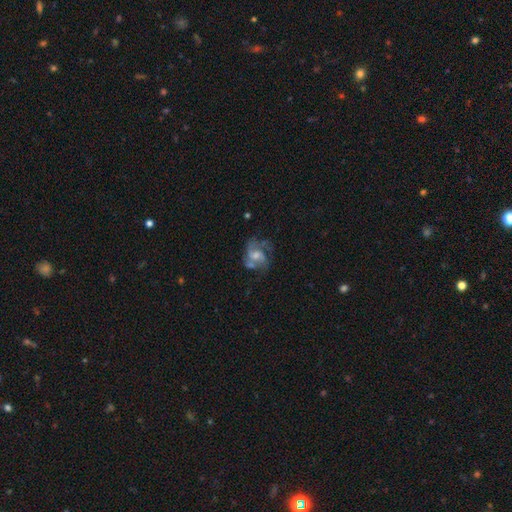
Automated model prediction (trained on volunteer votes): Smooth or featured? featured or disk (71%)
Edge-on disk? no (98%)
Bar? no (58%)
Spiral arms? yes (78%)
Spiral winding? medium (47%)
Spiral arm count? 2 (37%)
Bulge size? moderate (52%)
Merging? none (41%)